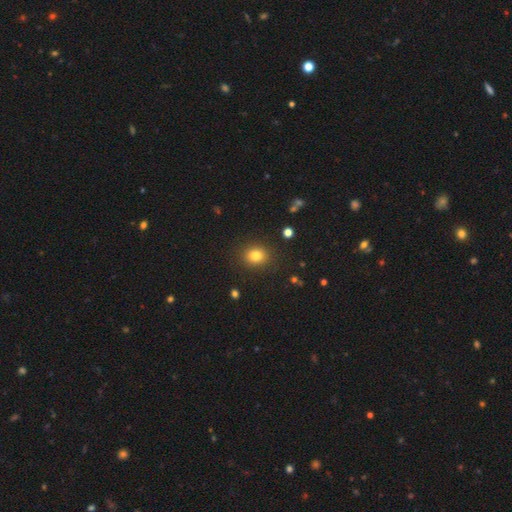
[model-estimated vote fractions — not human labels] Overall: smooth (81%). How rounded: round (68%; in between 31%). Merging: none (88%).